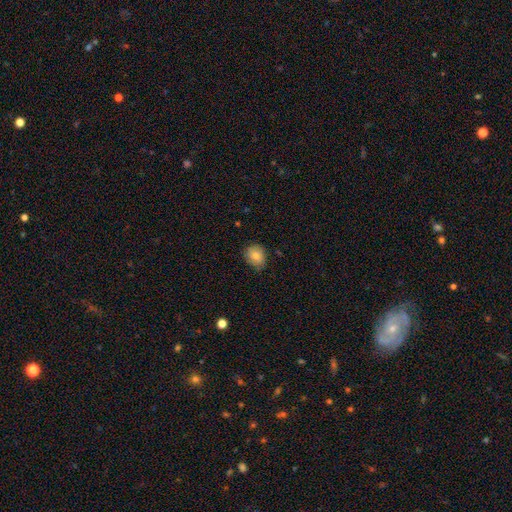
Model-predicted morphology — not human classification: A smooth galaxy with no disk features (79%) that is round (62%).

Vote fractions:
- Smooth or featured? smooth: 79% / featured or disk: 12% / star or artifact: 9%
- How rounded? round: 62% / in between: 38% / cigar-shaped: 1%
- Merging? none: 76% / minor disturbance: 20% / major disturbance: 3% / merger: 1%